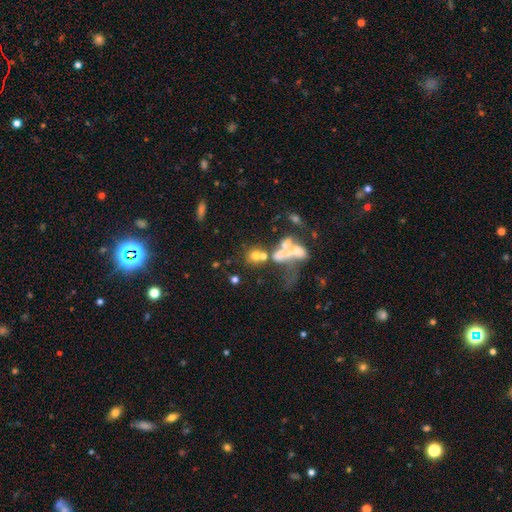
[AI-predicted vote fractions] The model was most divided on "smooth or featured": smooth: 50%, featured or disk: 30%, star or artifact: 19%. Remaining: how rounded — round (60%); merging — merger (48%).